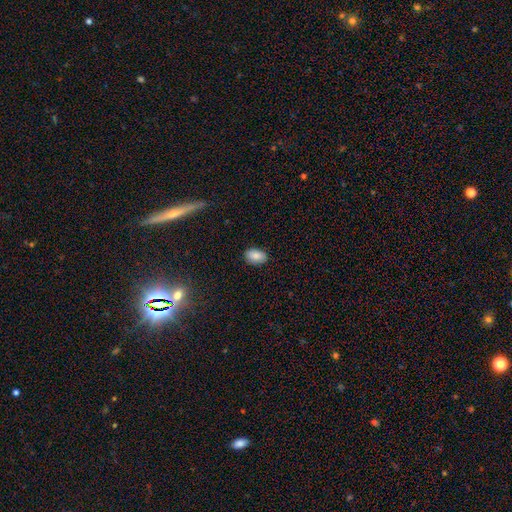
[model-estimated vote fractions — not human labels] This appears to be a smooth galaxy with no disk features (87%) that is in between round and cigar-shaped (88%). Merging: none (86%).